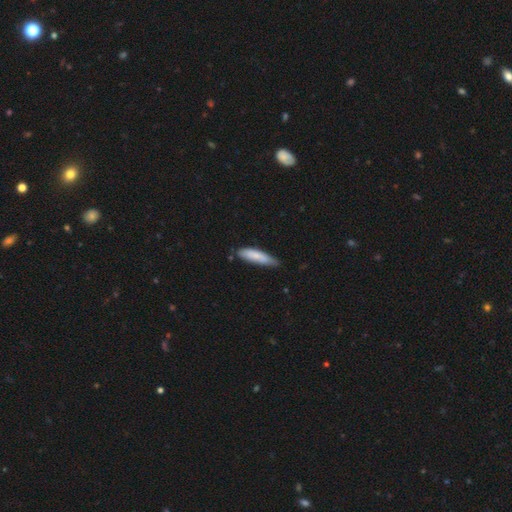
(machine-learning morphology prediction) type=smooth (78%); roundness=cigar-shaped (72%); merging=none (66%).